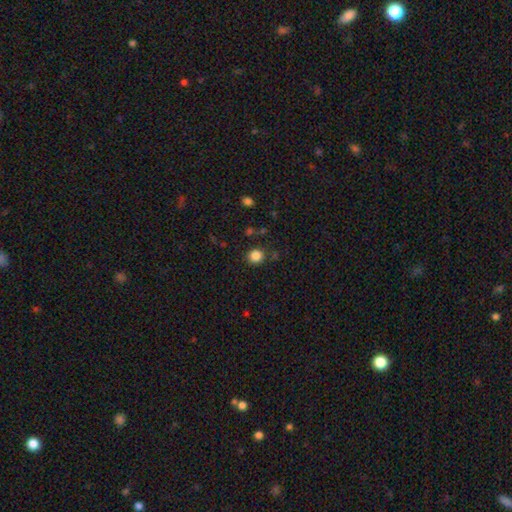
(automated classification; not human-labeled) This appears to be a smooth galaxy with no disk features (85%) that is round (84%). Merging: none (85%).